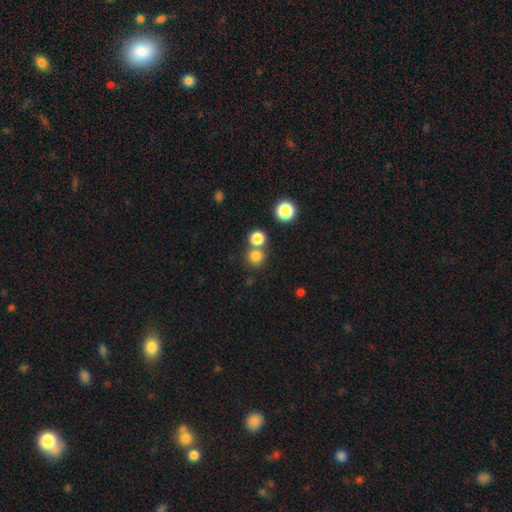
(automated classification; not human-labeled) Overall: smooth (79%). How rounded: round (90%). Merging: none (62%; merger 29%).